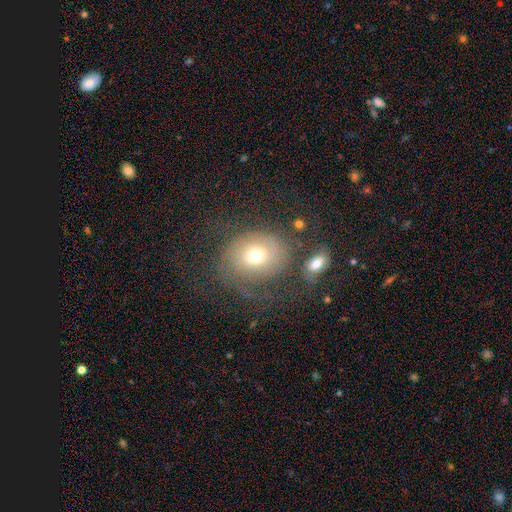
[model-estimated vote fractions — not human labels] Q: Smooth or featured?
A: featured or disk (50%); runner-up: smooth (39%)
Q: Edge-on disk?
A: no (96%); runner-up: yes (4%)
Q: Merging?
A: none (49%); runner-up: major disturbance (25%)